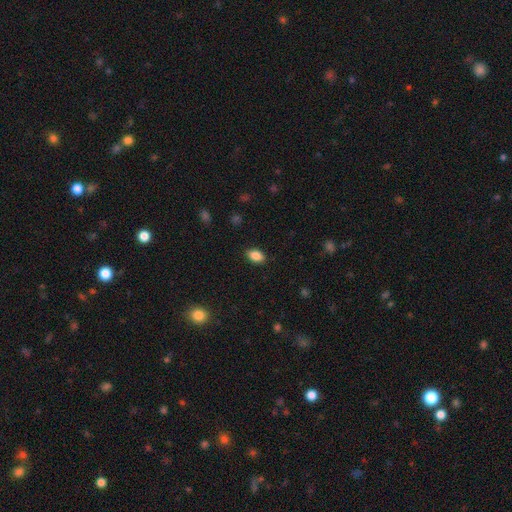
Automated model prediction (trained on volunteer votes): Morphology: type=smooth (86%); roundness=in between (88%); merging=none (88%).